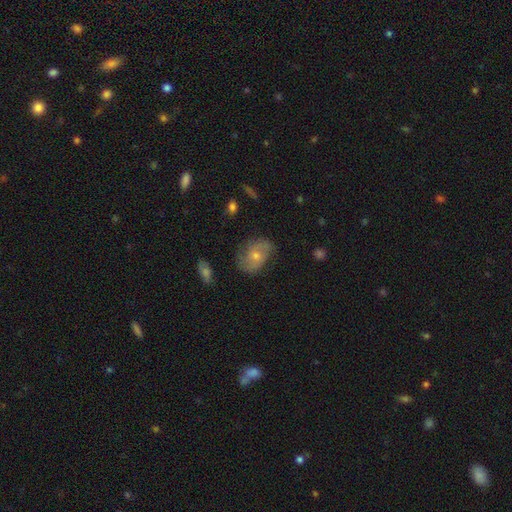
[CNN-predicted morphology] The model was most divided on "bulge size": moderate: 49%, small: 46%, large: 2%, none: 2%, dominant: 1%. More confident: edge-on disk — no (95%); spiral arms — yes (80%); bar — no (71%); merging — none (69%); smooth or featured — featured or disk (58%).